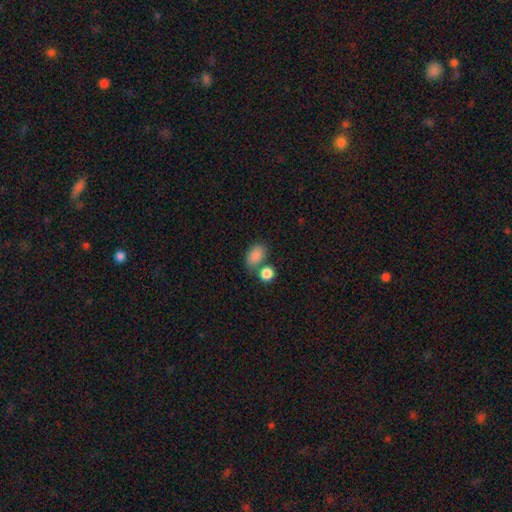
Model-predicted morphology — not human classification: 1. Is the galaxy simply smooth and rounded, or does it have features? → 86% smooth, 8% star or artifact, 5% featured or disk.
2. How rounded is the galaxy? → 84% in between, 15% round, 1% cigar-shaped.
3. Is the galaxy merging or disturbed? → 55% none, 27% merger, 14% minor disturbance, 5% major disturbance.